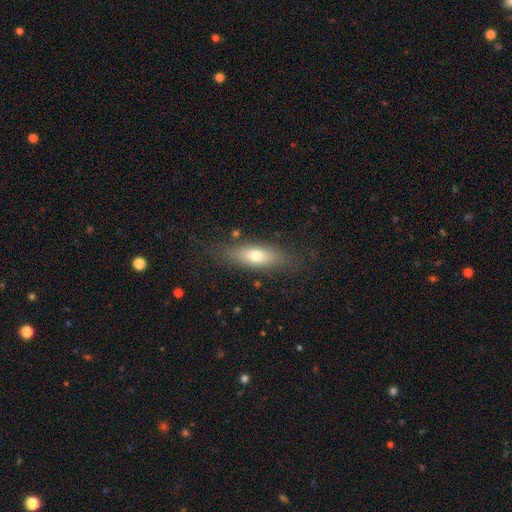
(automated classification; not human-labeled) The model was most divided on "how rounded": in between: 65%, cigar-shaped: 31%, round: 4%. More confident: merging — none (79%); smooth or featured — smooth (68%).